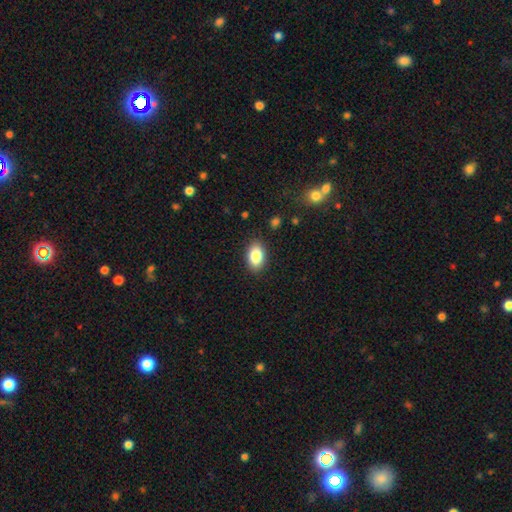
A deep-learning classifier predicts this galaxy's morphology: smooth 85%, featured or disk 8%, star or artifact 8%. Down the decision tree: how rounded — in between (90%); merging — none (88%).